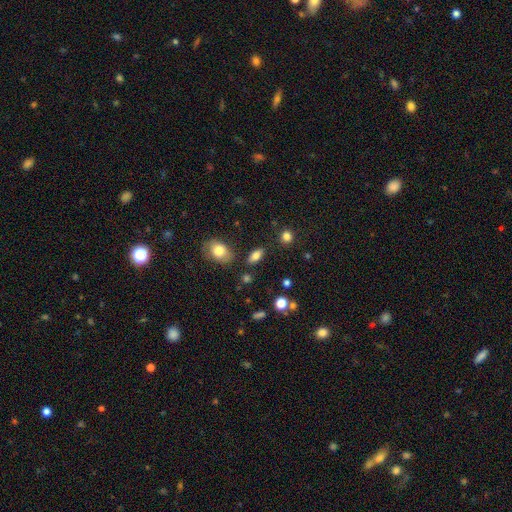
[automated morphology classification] smooth 79%, featured or disk 12%, star or artifact 9%. Down the decision tree: how rounded — in between (84%); merging — none (82%).